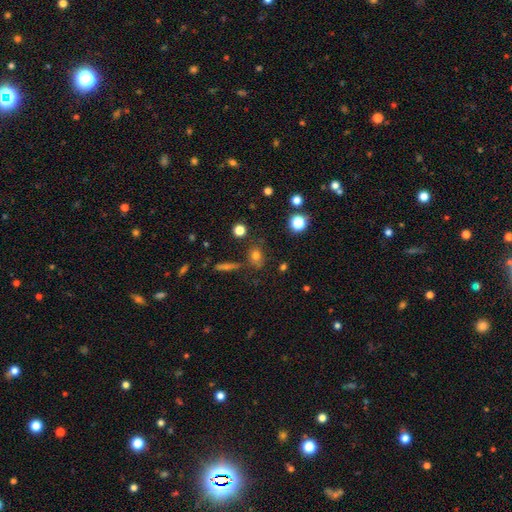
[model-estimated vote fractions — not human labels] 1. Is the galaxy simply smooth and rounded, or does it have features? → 74% smooth, 16% star or artifact, 10% featured or disk.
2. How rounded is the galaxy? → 55% round, 42% in between, 3% cigar-shaped.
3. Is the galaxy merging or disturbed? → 73% none, 14% minor disturbance, 8% merger, 5% major disturbance.